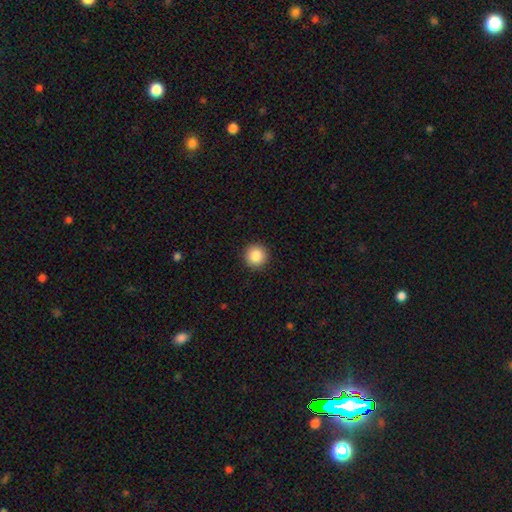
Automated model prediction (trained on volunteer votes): Q: Smooth or featured?
A: smooth (86%); runner-up: star or artifact (9%)
Q: How rounded?
A: round (96%); runner-up: in between (3%)
Q: Merging?
A: none (93%); runner-up: minor disturbance (5%)